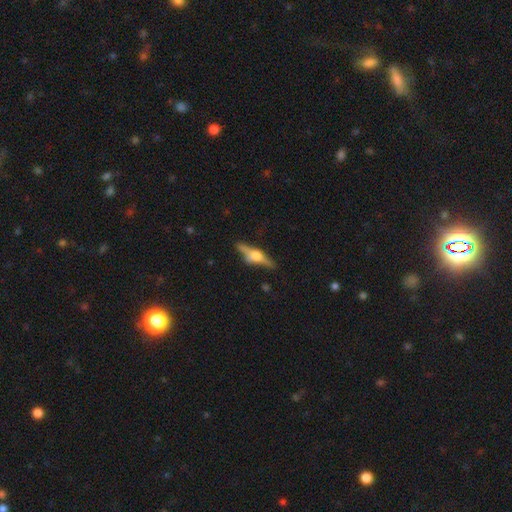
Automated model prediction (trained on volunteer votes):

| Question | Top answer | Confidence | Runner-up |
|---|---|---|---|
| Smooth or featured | featured or disk | 75% | smooth (18%) |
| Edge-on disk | yes | 96% | no (4%) |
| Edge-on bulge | rounded | 93% | boxy (5%) |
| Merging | none | 80% | minor disturbance (13%) |